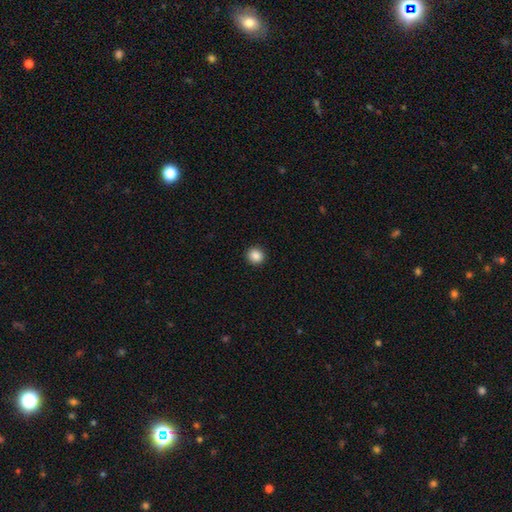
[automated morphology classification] Overall: smooth (87%). How rounded: round (92%). Merging: none (93%).